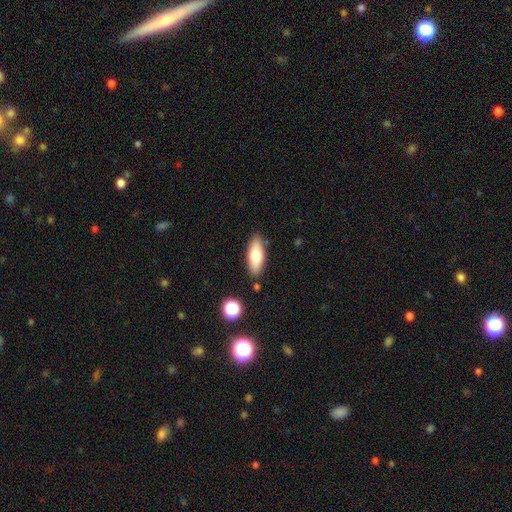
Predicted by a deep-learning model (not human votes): smooth-or-featured: smooth: 72% | featured or disk: 22% | star or artifact: 7%
  how-rounded: in between: 70% | cigar-shaped: 27% | round: 3%
  merging: none: 84% | minor disturbance: 10% | merger: 3% | major disturbance: 2%